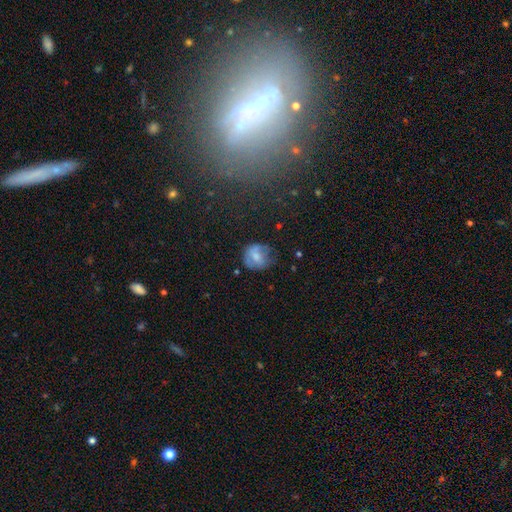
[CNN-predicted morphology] Smooth or featured? Predicted: smooth (p=0.61). How rounded? Predicted: round (p=0.73). Merging? Predicted: none (p=0.55).